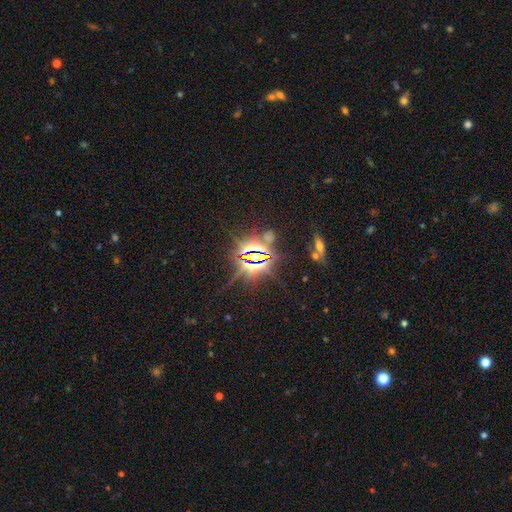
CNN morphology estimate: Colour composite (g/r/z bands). It shows a star or artifact, not a galaxy (82%).